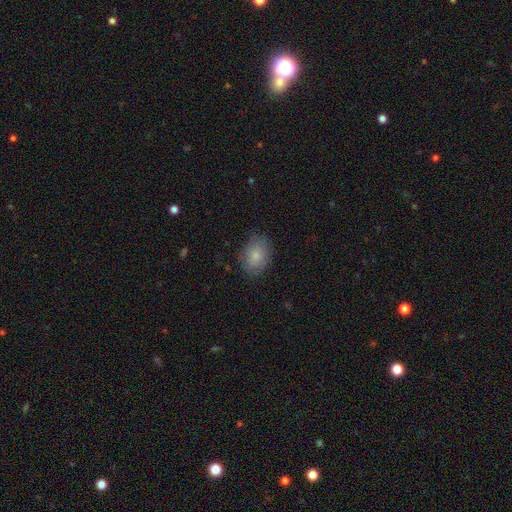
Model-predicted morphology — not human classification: The model was most divided on "how rounded": in between: 61%, round: 38%, cigar-shaped: 1%. More confident: smooth or featured — smooth (82%); merging — none (80%).